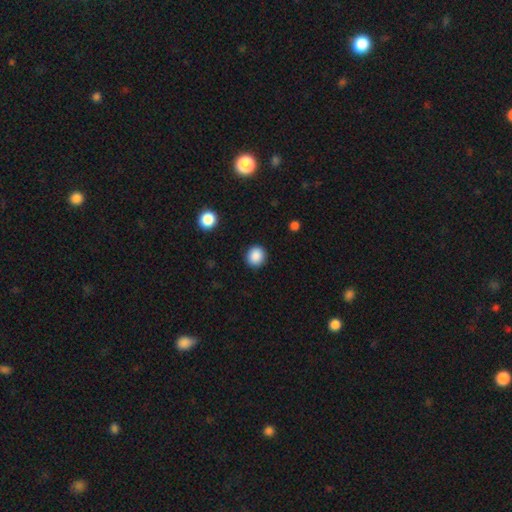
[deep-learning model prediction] Overall: smooth (88%). How rounded: round (89%). Merging: none (91%).